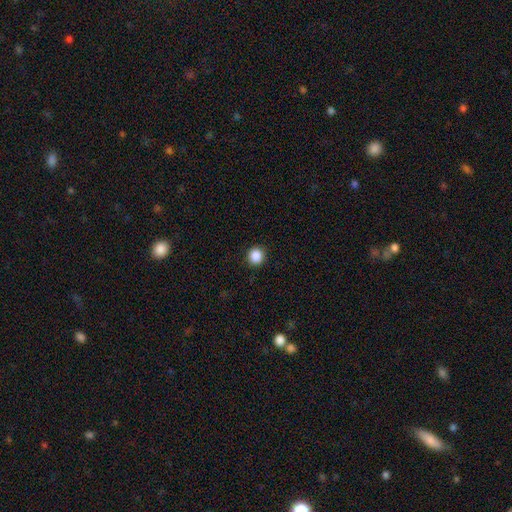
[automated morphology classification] A smooth galaxy with no disk features (88%) that is round (92%). Merging: none (92%).